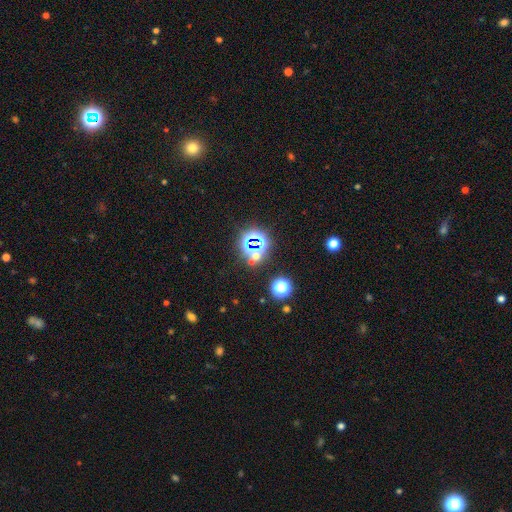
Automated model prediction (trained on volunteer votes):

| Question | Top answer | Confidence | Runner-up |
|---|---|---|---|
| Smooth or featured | star or artifact | 68% | smooth (22%) |